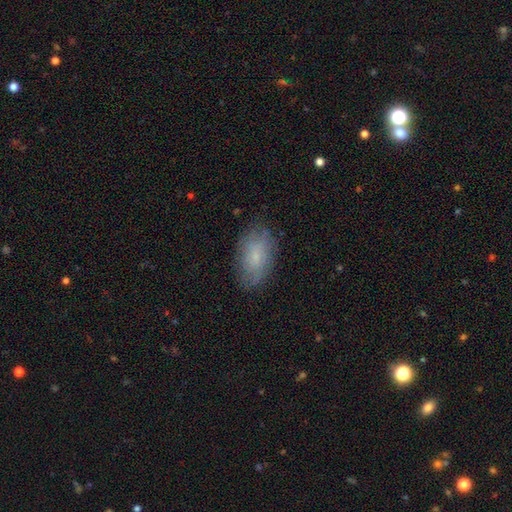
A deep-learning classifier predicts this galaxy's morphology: smooth 66%, featured or disk 25%, star or artifact 8%. Down the decision tree: how rounded — in between (91%); merging — none (76%).